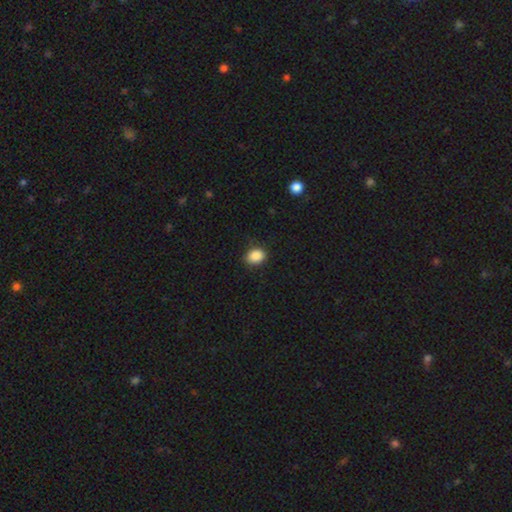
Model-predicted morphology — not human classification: smooth 88%, star or artifact 9%, featured or disk 3%. Down the decision tree: how rounded — in between (57%); merging — none (83%).